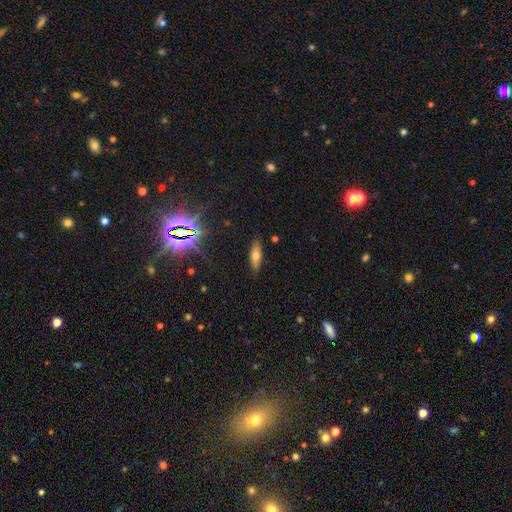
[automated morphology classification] Smooth or featured?
  - smooth: 63% *
  - featured or disk: 22%
  - star or artifact: 15%
How rounded?
  - in between: 54% *
  - cigar-shaped: 43%
  - round: 3%
Merging?
  - none: 85% *
  - minor disturbance: 11%
  - major disturbance: 2%
  - merger: 2%